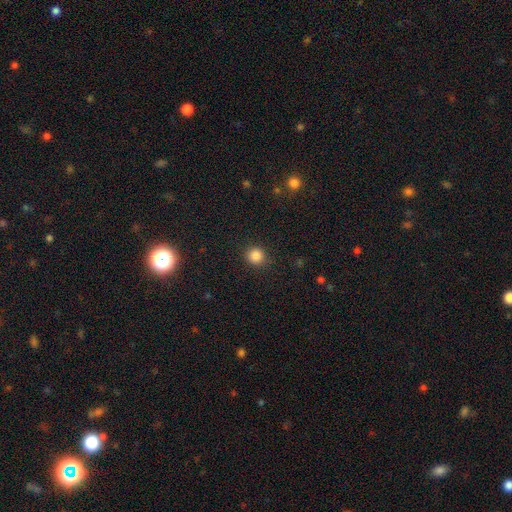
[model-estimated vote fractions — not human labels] Smooth or featured?
  - smooth: 86% *
  - star or artifact: 11%
  - featured or disk: 3%
How rounded?
  - round: 92% *
  - in between: 7%
  - cigar-shaped: 1%
Merging?
  - none: 90% *
  - minor disturbance: 7%
  - major disturbance: 2%
  - merger: 1%